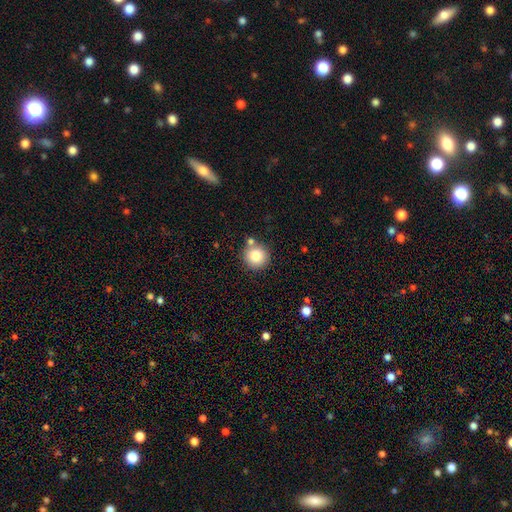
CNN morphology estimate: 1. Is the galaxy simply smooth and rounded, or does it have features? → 82% smooth, 10% star or artifact, 8% featured or disk.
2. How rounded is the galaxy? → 94% round, 5% in between, 1% cigar-shaped.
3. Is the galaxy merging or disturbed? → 76% none, 12% merger, 9% minor disturbance, 3% major disturbance.